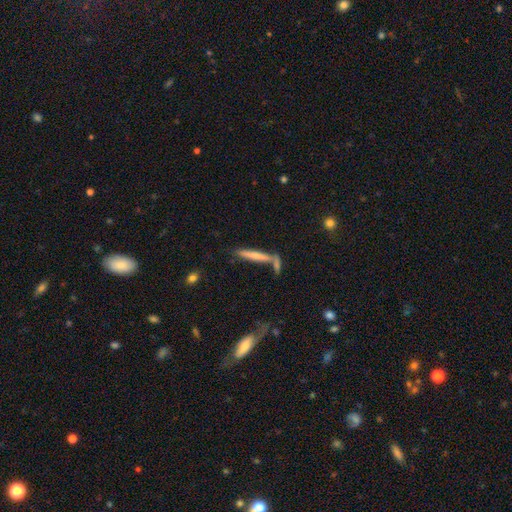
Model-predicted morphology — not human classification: Overall: smooth (57%; featured or disk 36%). How rounded: cigar-shaped (93%). Merging: none (65%).